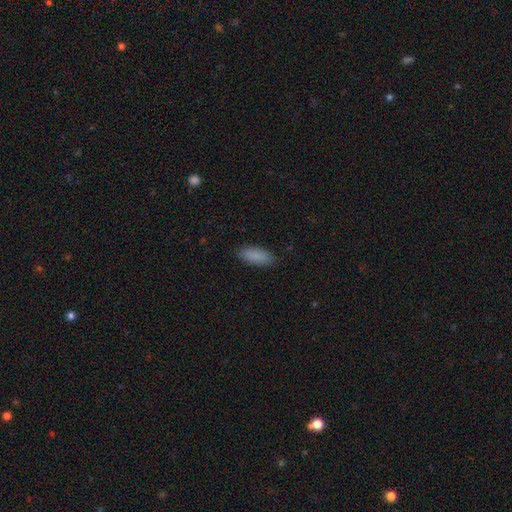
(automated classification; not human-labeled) smooth 88%, star or artifact 7%, featured or disk 5%. Down the decision tree: how rounded — in between (77%); merging — none (87%).